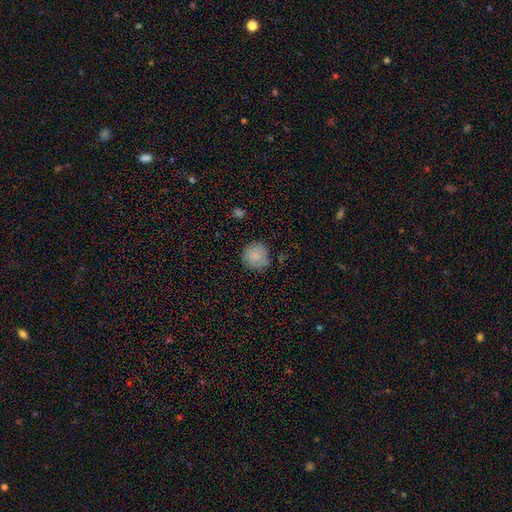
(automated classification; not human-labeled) A smooth galaxy with no disk features (84%) that is round (92%).

Vote fractions:
- Smooth or featured? smooth: 84% / star or artifact: 9% / featured or disk: 7%
- How rounded? round: 92% / in between: 7% / cigar-shaped: 1%
- Merging? none: 80% / minor disturbance: 15% / major disturbance: 3% / merger: 2%